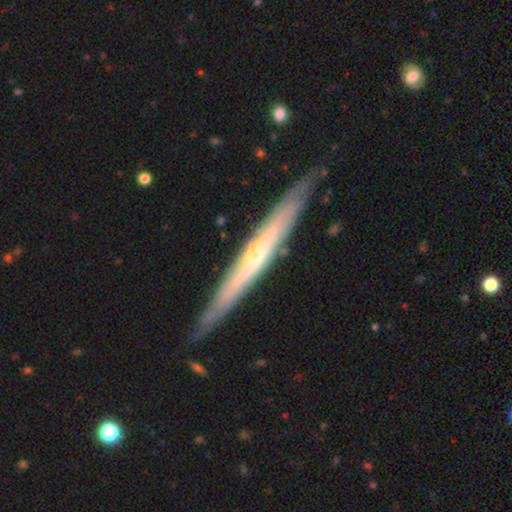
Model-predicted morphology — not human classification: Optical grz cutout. It shows a featured or disk galaxy (74%) viewed edge-on (91%) with a rounded central bulge (53%). Merging: none (85%).